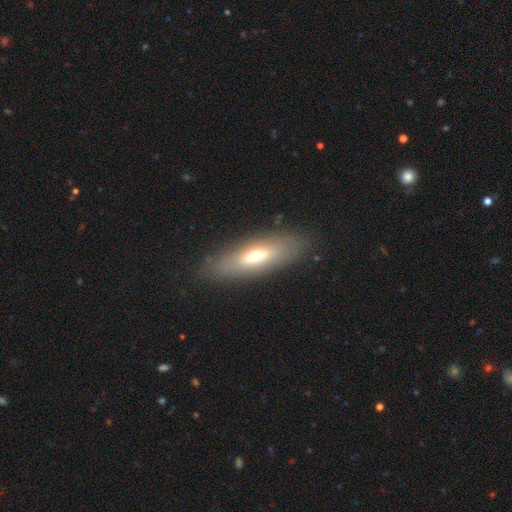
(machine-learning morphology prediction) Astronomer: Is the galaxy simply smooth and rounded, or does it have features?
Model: smooth — 54% (runner-up: featured or disk, 38%).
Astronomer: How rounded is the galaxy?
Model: in between — 56% (runner-up: cigar-shaped, 41%).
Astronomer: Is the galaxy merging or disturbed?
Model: none — 84%.